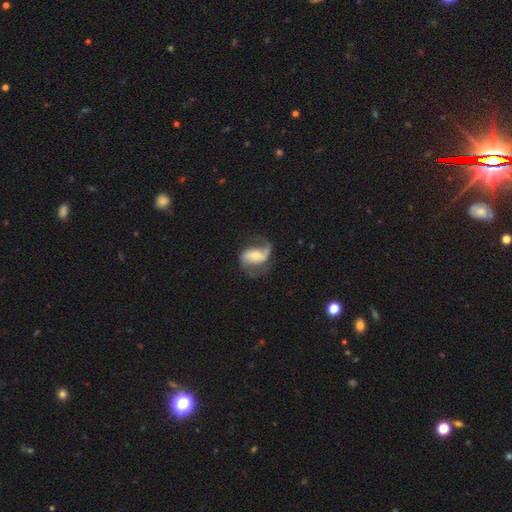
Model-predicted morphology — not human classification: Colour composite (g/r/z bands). It shows a featured or disk galaxy (82%) with no bar (38%), 2 (87%) loose (52%) spiral arms (95%) and a moderate central bulge (49%). Merging: none (66%).